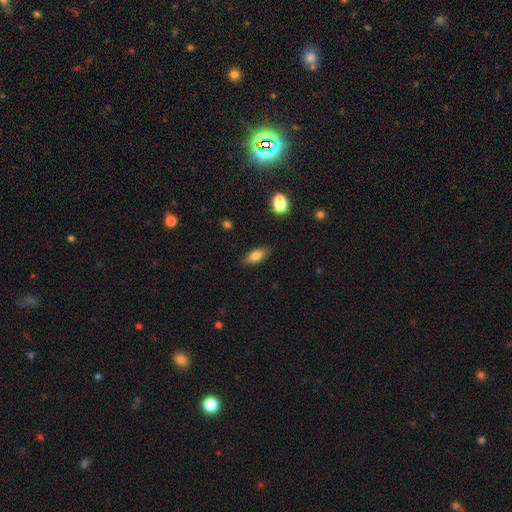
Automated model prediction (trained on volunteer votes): Smooth or featured? smooth (77%)
How rounded? in between (83%)
Merging? none (86%)